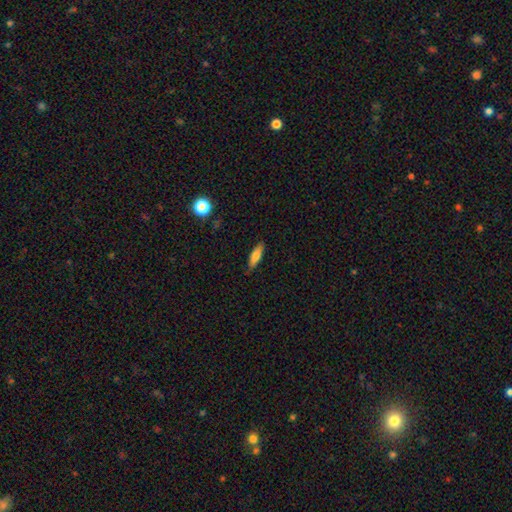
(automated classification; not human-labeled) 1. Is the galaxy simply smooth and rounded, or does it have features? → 73% smooth, 20% featured or disk, 7% star or artifact.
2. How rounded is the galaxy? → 56% cigar-shaped, 42% in between, 2% round.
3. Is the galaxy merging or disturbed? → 84% none, 13% minor disturbance, 2% major disturbance, 1% merger.